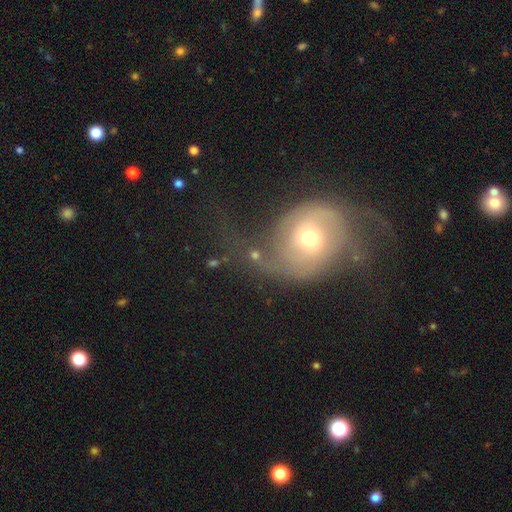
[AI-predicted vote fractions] Smooth or featured?
  - featured or disk: 67% *
  - smooth: 23%
  - star or artifact: 10%
Edge-on disk?
  - no: 96% *
  - yes: 4%
Bar?
  - no: 68% *
  - weak: 24%
  - strong: 8%
Spiral arms?
  - yes: 82% *
  - no: 18%
Spiral winding?
  - loose: 44% *
  - medium: 36%
  - tight: 20%
Spiral arm count?
  - 2: 73% *
  - 1: 11%
  - can't tell: 10%
  - 3: 3%
  - 4: 2%
  - more than 4: 2%
Bulge size?
  - moderate: 61% *
  - small: 30%
  - large: 5%
  - dominant: 2%
  - none: 1%
Merging?
  - none: 38% *
  - major disturbance: 35%
  - minor disturbance: 17%
  - merger: 10%